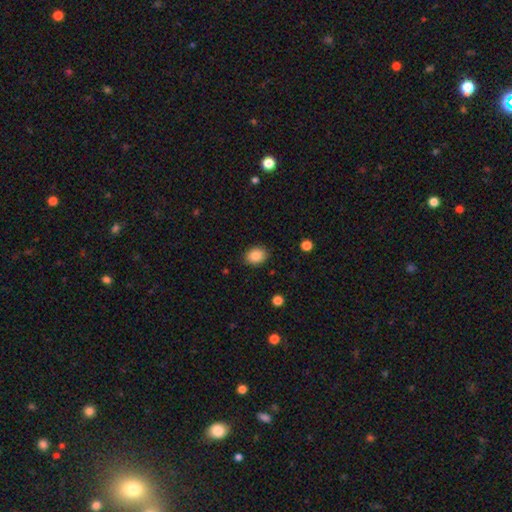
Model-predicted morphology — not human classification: Smooth or featured? Predicted: smooth (p=0.87). How rounded? Predicted: in between (p=0.55). Merging? Predicted: none (p=0.87).